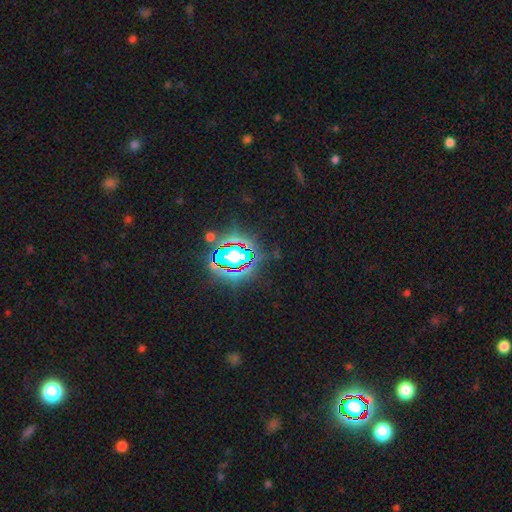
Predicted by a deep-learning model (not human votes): A star or artifact, not a galaxy (77%).